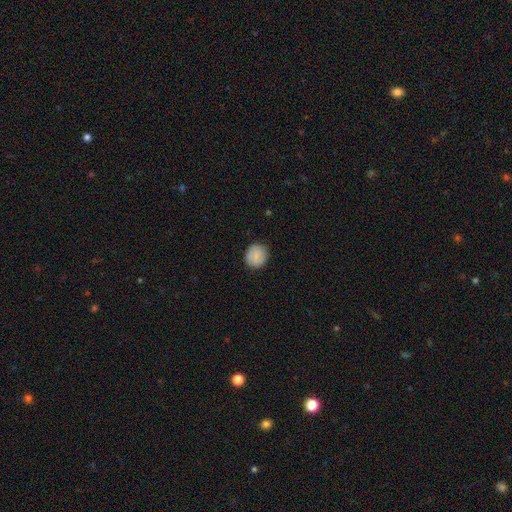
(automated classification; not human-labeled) Smooth or featured: smooth — 87% (star or artifact — 7%)
How rounded: round — 88% (in between — 11%)
Merging: none — 89% (minor disturbance — 8%)